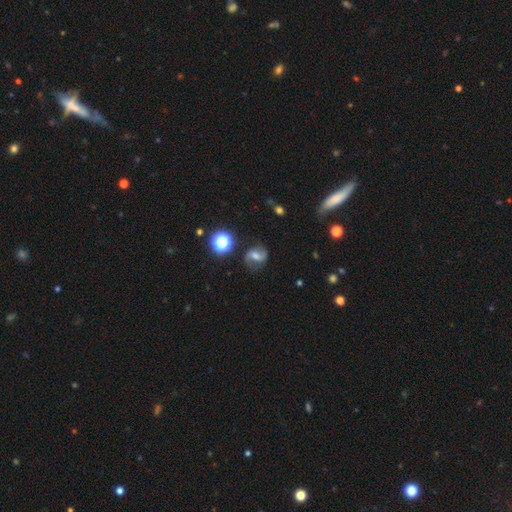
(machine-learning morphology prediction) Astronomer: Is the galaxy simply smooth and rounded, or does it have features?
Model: featured or disk — 71%.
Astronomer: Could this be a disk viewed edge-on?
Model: no — 97%.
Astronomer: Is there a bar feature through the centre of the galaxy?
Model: weak — 46% (runner-up: strong, 33%).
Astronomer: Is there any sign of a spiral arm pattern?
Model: yes — 92%.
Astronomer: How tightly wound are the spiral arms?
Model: medium — 44% (runner-up: loose, 43%).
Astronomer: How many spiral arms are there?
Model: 2 — 91%.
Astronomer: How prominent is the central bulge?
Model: moderate — 48% (runner-up: small, 31%).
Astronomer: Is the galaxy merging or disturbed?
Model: none — 79%.